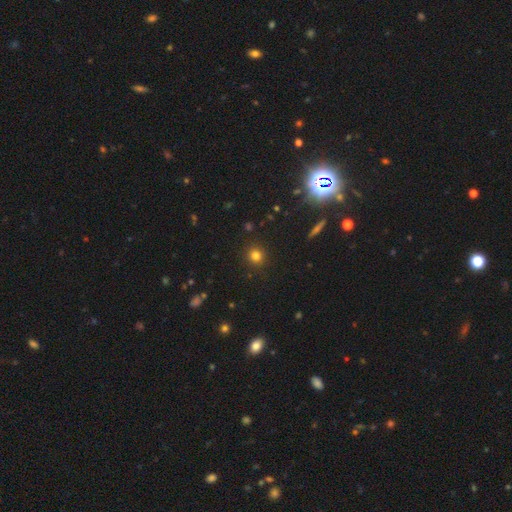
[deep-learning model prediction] Smooth or featured? smooth (79%)
How rounded? round (92%)
Merging? none (91%)